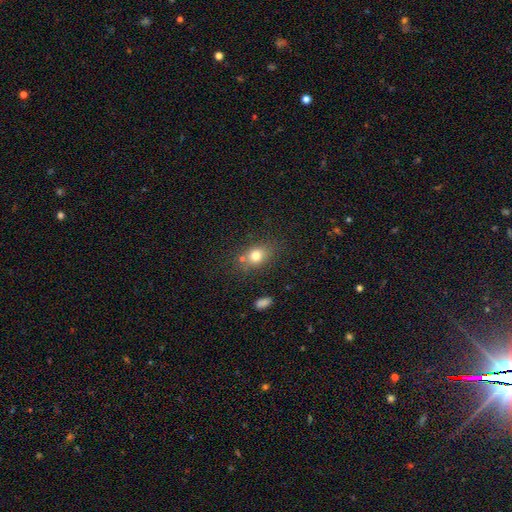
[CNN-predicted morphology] This is likely a smooth galaxy (77%). How rounded: possibly in between (56%). Merging: likely none (66%).